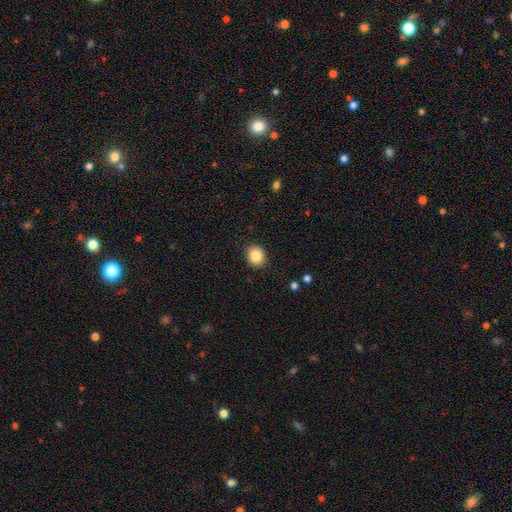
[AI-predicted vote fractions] smooth_or_featured: smooth (p=0.85) [alt: star or artifact p=0.09]
how_rounded: round (p=0.74) [alt: in between p=0.25]
merging: none (p=0.90) [alt: minor disturbance p=0.07]